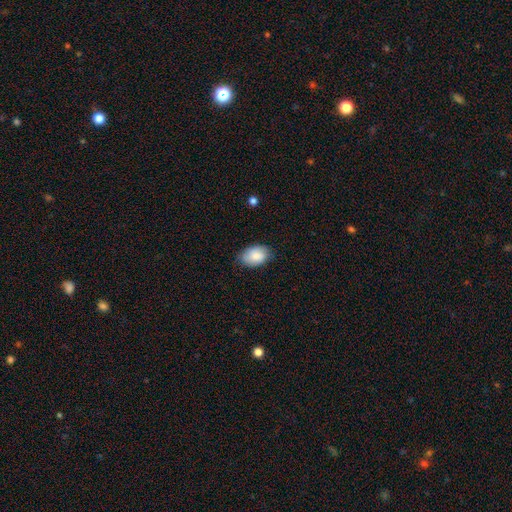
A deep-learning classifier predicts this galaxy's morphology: This is clearly a smooth galaxy (84%). How rounded: clearly in between (89%). Merging: likely none (76%).